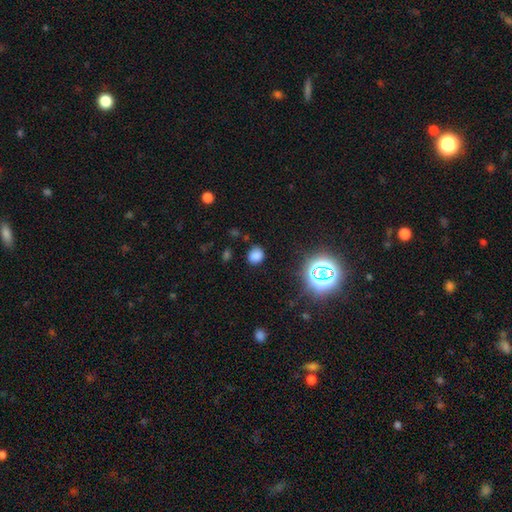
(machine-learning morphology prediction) Q: Smooth or featured?
A: smooth (74%); runner-up: star or artifact (21%)
Q: How rounded?
A: round (63%); runner-up: in between (36%)
Q: Merging?
A: none (83%); runner-up: minor disturbance (12%)